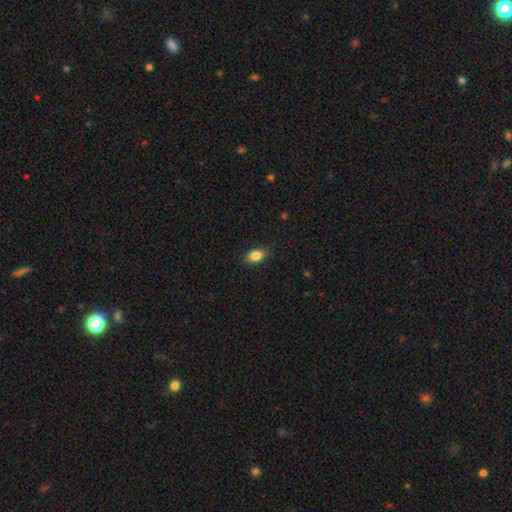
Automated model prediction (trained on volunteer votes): smooth 86%, star or artifact 8%, featured or disk 6%. Down the decision tree: how rounded — in between (85%); merging — none (88%).